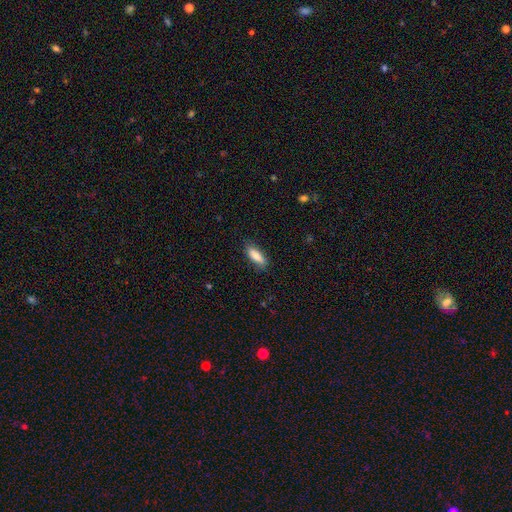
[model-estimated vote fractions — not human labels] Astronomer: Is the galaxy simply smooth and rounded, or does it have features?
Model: smooth — 83%.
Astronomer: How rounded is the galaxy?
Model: in between — 65%.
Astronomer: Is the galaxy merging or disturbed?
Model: none — 82%.